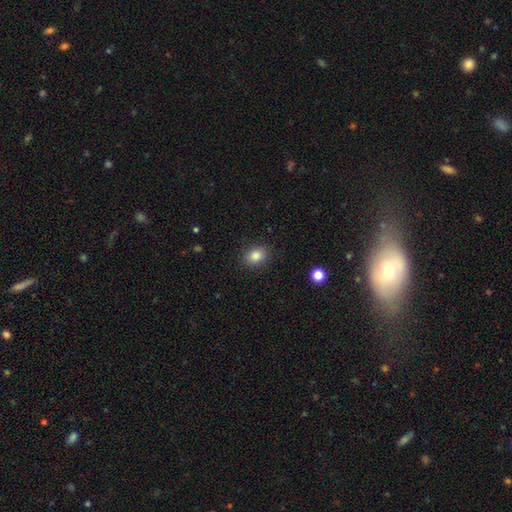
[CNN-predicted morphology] Smooth or featured?
  - smooth: 85% *
  - star or artifact: 10%
  - featured or disk: 5%
How rounded?
  - in between: 58% *
  - round: 41%
  - cigar-shaped: 1%
Merging?
  - none: 88% *
  - minor disturbance: 9%
  - major disturbance: 3%
  - merger: 1%